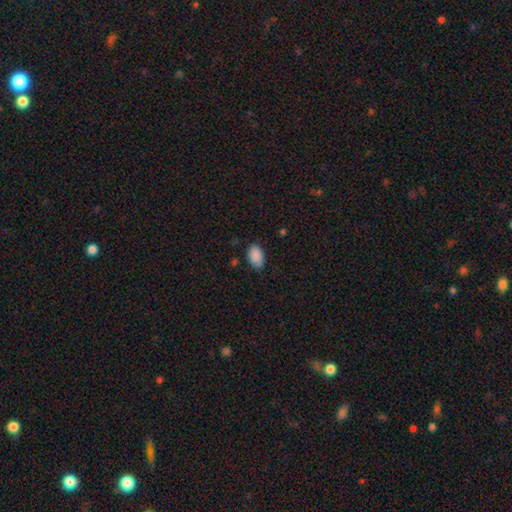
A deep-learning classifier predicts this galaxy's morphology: This is clearly a smooth galaxy (90%). How rounded: clearly in between (90%). Merging: likely none (78%).